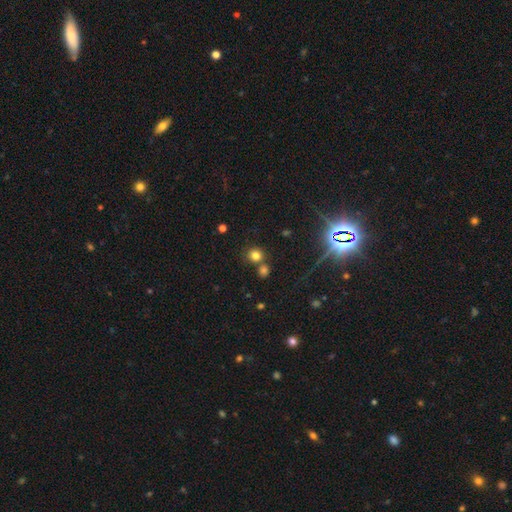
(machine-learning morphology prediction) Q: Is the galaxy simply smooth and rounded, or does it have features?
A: smooth — 76%.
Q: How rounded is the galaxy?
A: round — 89%.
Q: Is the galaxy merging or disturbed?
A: none — 67%.